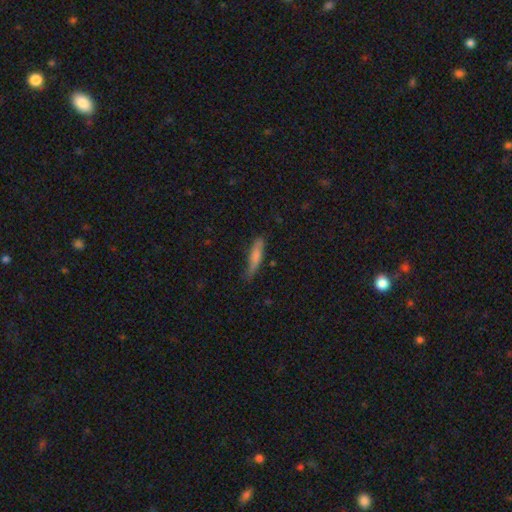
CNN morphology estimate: A smooth galaxy with no disk features (74%) that is cigar-shaped (78%). Merging: none (62%).